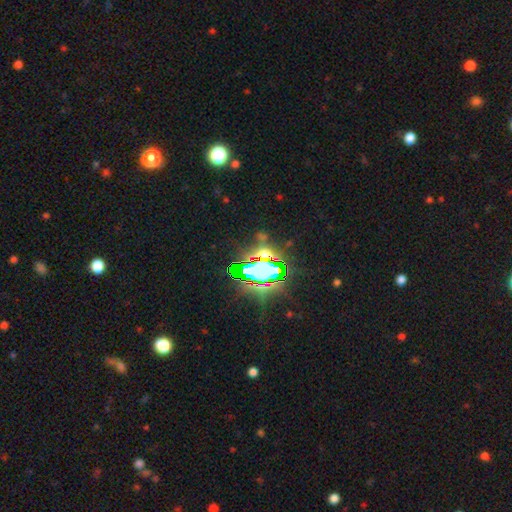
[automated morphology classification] This is clearly a star or artifact rather than a galaxy (81%).